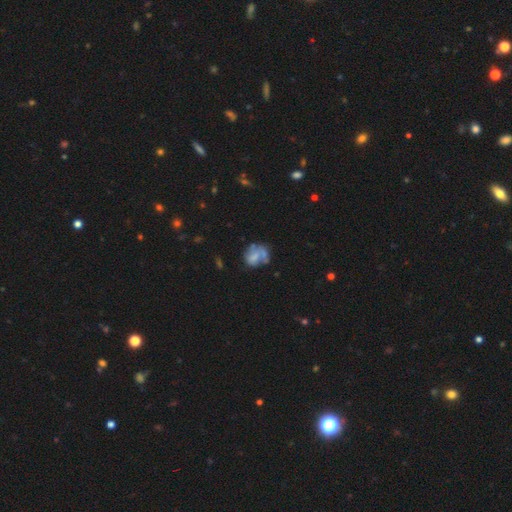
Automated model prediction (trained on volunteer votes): Smooth or featured? smooth (49%)
Merging? none (37%)